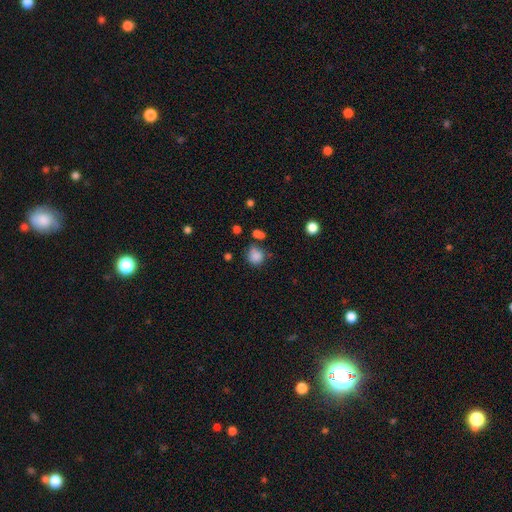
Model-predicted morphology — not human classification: This appears to be a smooth galaxy with no disk features (84%) that is round (82%). Merging: none (64%).